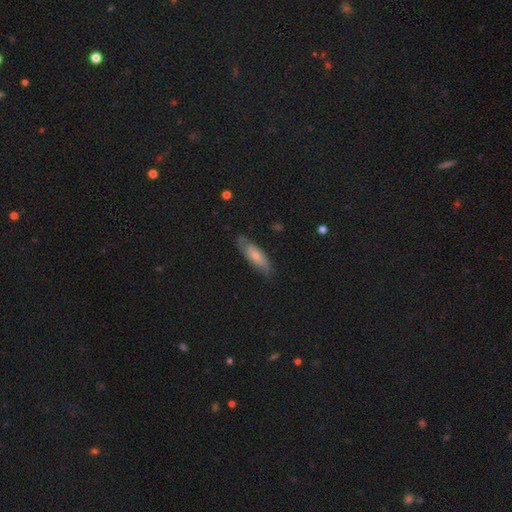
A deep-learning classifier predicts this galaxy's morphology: smooth_or_featured: smooth (p=0.49) [alt: featured or disk p=0.44]
merging: none (p=0.71) [alt: minor disturbance p=0.22]